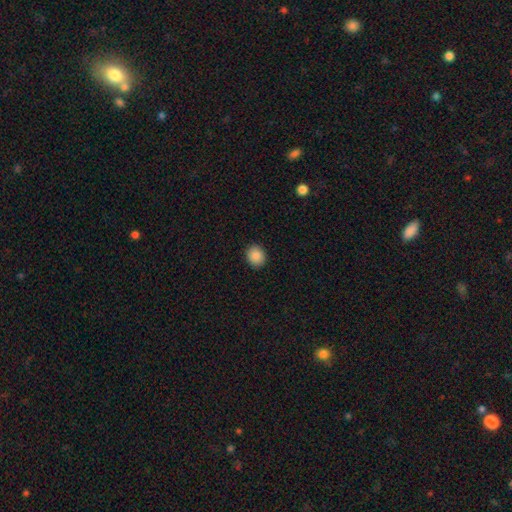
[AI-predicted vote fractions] Morphology: type=smooth (87%); roundness=round (70%); merging=none (91%).